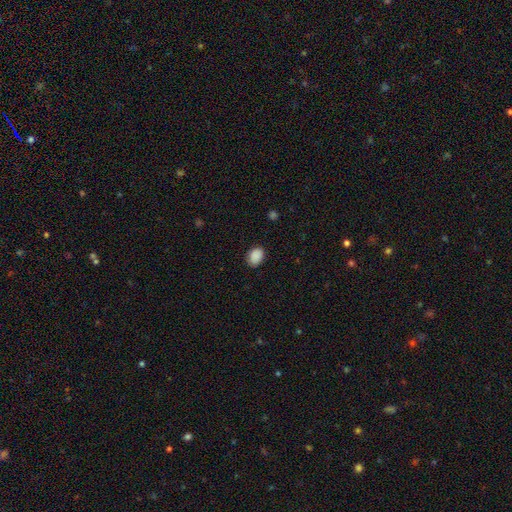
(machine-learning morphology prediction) This appears to be a smooth galaxy with no disk features (89%) that is in between round and cigar-shaped (74%). Merging: none (84%).